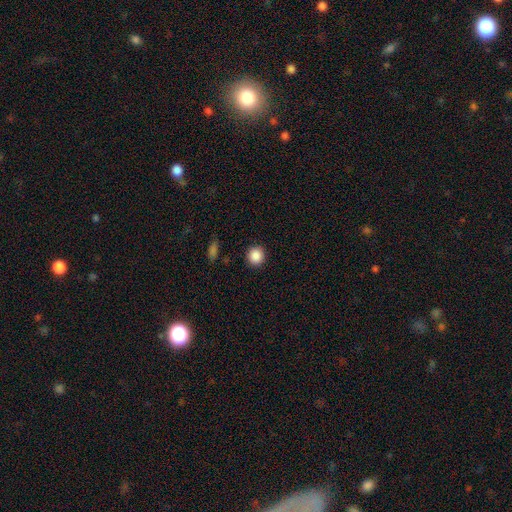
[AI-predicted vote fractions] Smooth or featured?
  - smooth: 88% *
  - star or artifact: 9%
  - featured or disk: 3%
How rounded?
  - round: 91% *
  - in between: 8%
  - cigar-shaped: 1%
Merging?
  - none: 91% *
  - minor disturbance: 6%
  - major disturbance: 2%
  - merger: 1%